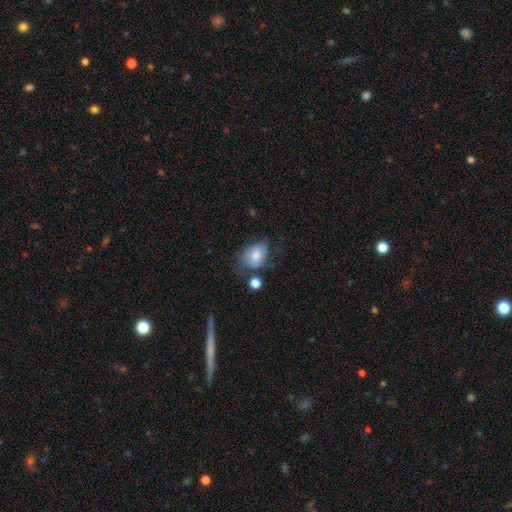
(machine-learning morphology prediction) The model was most divided on "merging": none: 47%, minor disturbance: 29%, major disturbance: 16%, merger: 8%. More confident: how rounded — in between (76%); smooth or featured — smooth (71%).